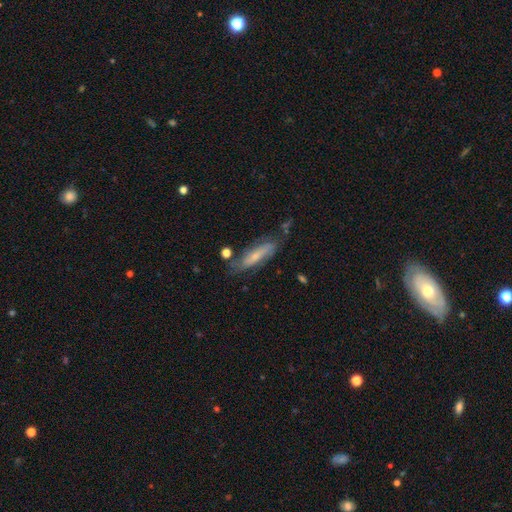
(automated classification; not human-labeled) smooth_or_featured: featured or disk (p=0.50) [alt: smooth p=0.43]
merging: none (p=0.64) [alt: minor disturbance p=0.23]